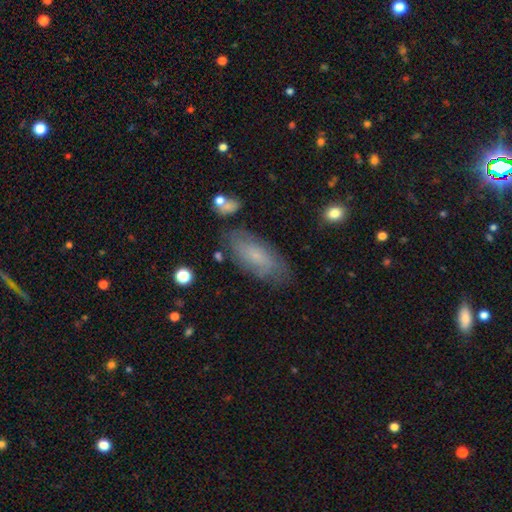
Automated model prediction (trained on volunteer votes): Smooth or featured? Predicted: smooth (p=0.53). How rounded? Predicted: in between (p=0.79). Merging? Predicted: none (p=0.74).